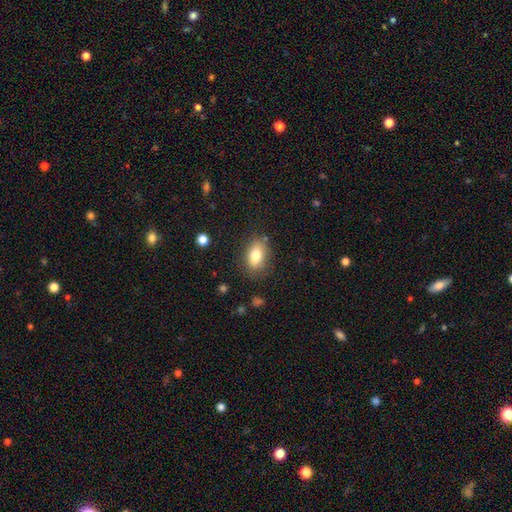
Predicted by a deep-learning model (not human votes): Smooth or featured: smooth — 80% (featured or disk — 12%)
How rounded: in between — 84% (round — 14%)
Merging: none — 79% (minor disturbance — 14%)